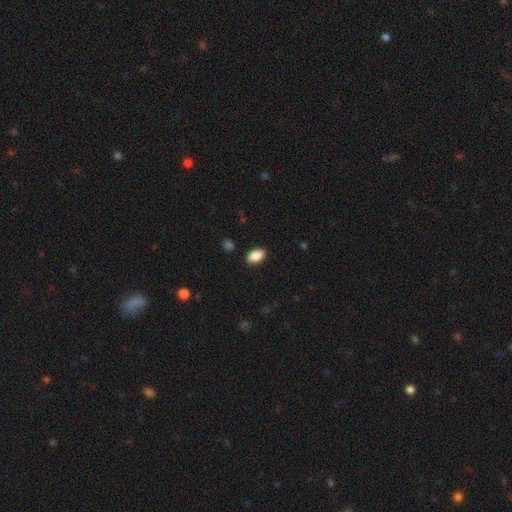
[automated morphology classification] Overall: smooth (89%). How rounded: in between (93%). Merging: none (89%).